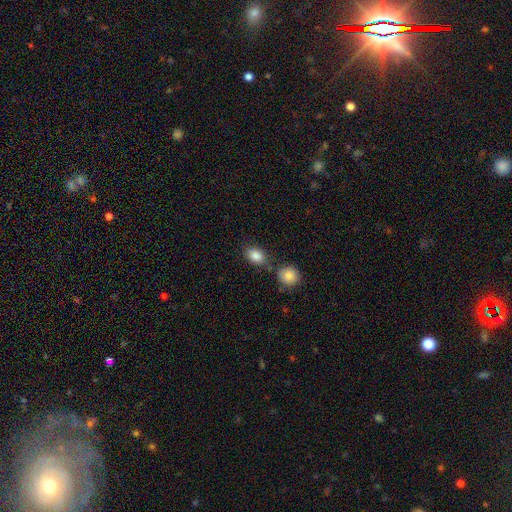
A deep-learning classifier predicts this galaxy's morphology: Overall: smooth (85%). How rounded: in between (76%). Merging: none (68%).